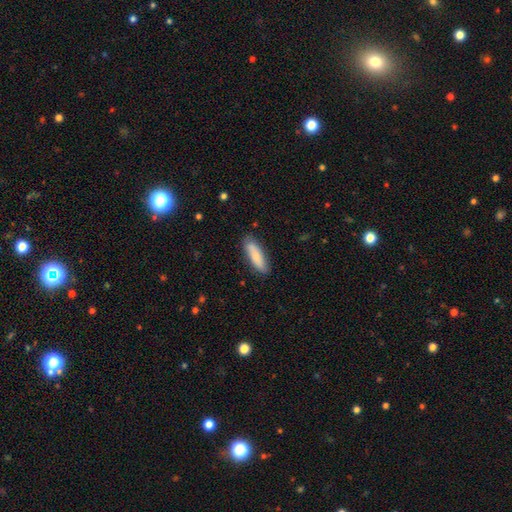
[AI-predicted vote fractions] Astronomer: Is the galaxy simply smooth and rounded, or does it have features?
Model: smooth — 78%.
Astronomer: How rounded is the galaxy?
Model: cigar-shaped — 54% (runner-up: in between, 44%).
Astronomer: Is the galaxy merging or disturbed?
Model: none — 83%.